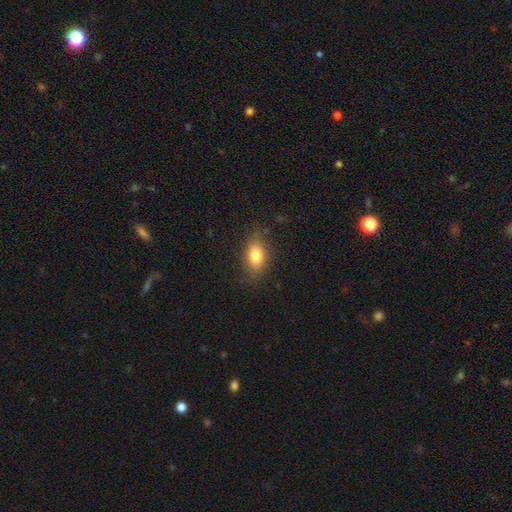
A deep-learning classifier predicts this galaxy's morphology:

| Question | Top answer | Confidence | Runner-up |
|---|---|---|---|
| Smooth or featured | smooth | 79% | featured or disk (12%) |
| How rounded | in between | 82% | round (14%) |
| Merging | none | 78% | minor disturbance (16%) |